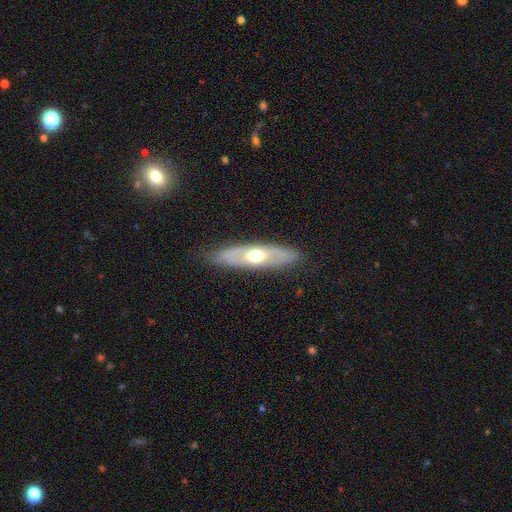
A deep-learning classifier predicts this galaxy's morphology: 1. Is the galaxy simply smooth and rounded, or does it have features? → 53% featured or disk, 42% smooth, 6% star or artifact.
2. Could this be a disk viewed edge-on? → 57% no, 43% yes.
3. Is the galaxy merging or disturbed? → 82% none, 14% minor disturbance, 3% major disturbance, 1% merger.